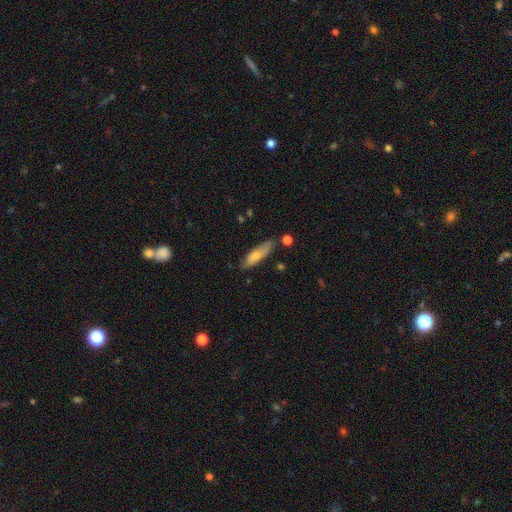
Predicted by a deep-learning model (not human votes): Morphology: type=smooth (63%); roundness=cigar-shaped (65%); merging=none (74%).